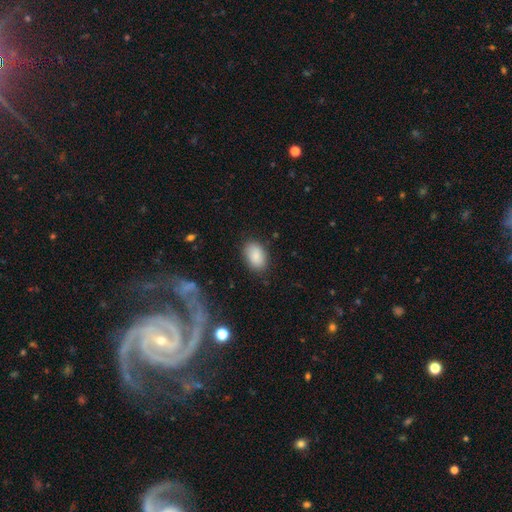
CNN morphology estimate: Smooth or featured: smooth — 88% (star or artifact — 7%)
How rounded: in between — 87% (round — 11%)
Merging: none — 83% (minor disturbance — 12%)